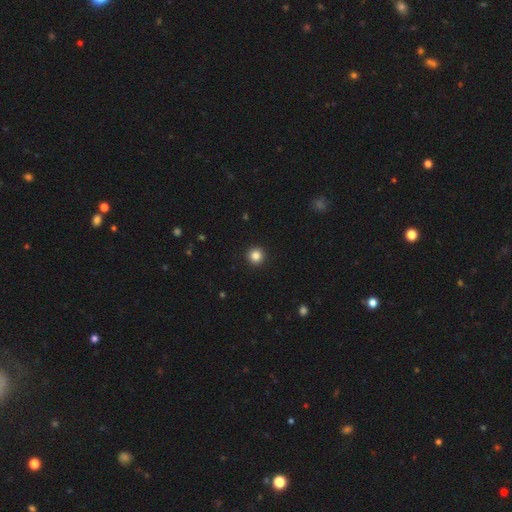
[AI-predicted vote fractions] This is clearly a smooth galaxy (85%). How rounded: clearly round (96%). Merging: clearly none (94%).